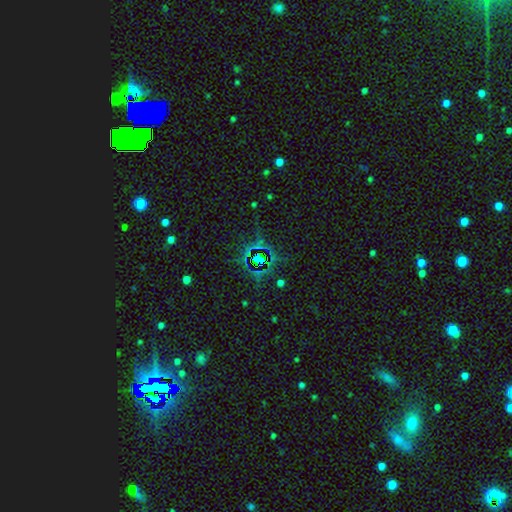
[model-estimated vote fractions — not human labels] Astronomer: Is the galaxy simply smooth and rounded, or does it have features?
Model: star or artifact — 74%.